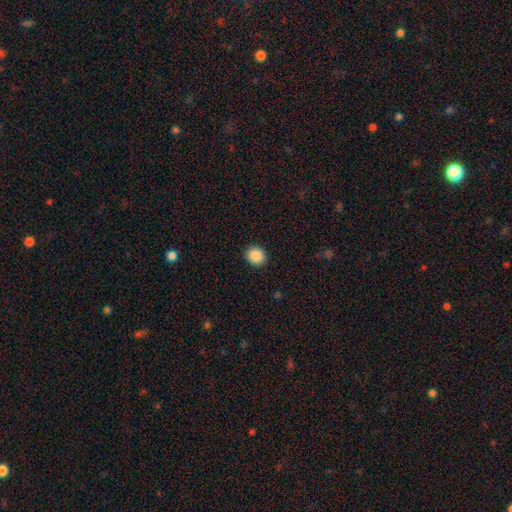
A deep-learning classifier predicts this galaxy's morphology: smooth_or_featured: smooth (p=0.88) [alt: star or artifact p=0.08]
how_rounded: round (p=0.77) [alt: in between p=0.22]
merging: none (p=0.91) [alt: minor disturbance p=0.06]